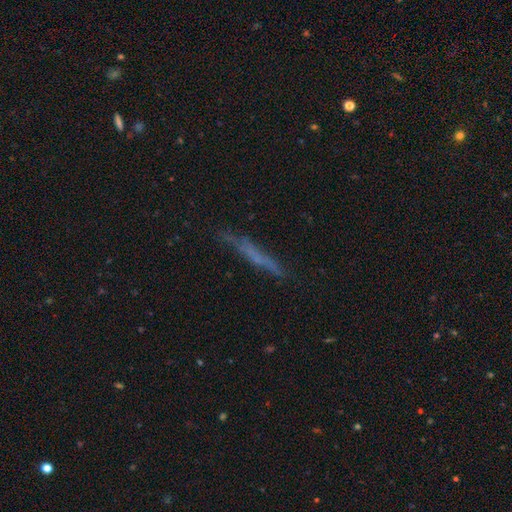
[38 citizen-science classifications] Volunteers were most divided on "smooth or featured": featured or disk: 61%, smooth: 37%, star or artifact: 3%. More confident: edge-on disk — yes (87%); merging — none (81%); edge-on bulge — none (75%).